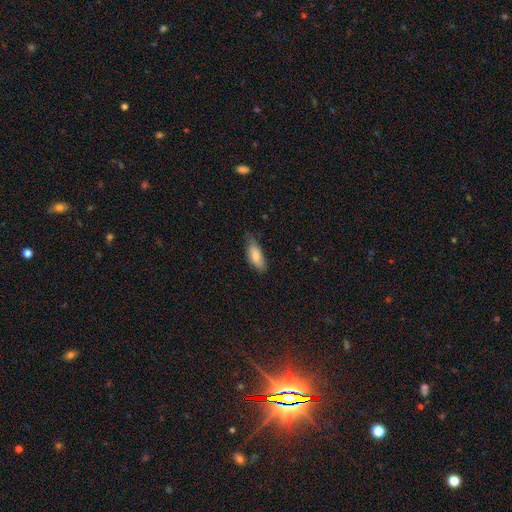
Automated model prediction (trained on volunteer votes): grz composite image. It shows a smooth galaxy with no disk features (82%) that is in between round and cigar-shaped (76%). Merging: none (69%).